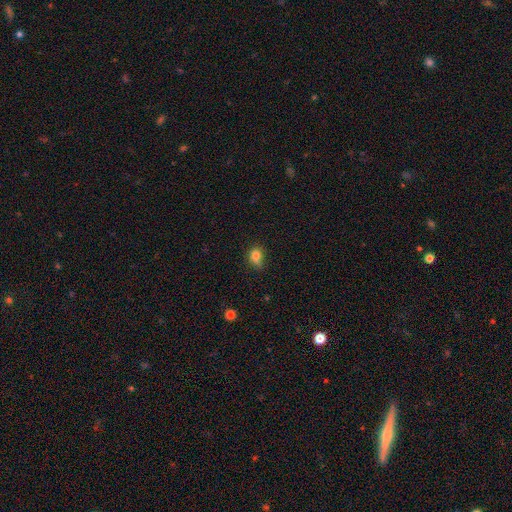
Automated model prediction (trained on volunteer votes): A smooth galaxy with no disk features (79%) that is round (50%). Merging: none (56%).